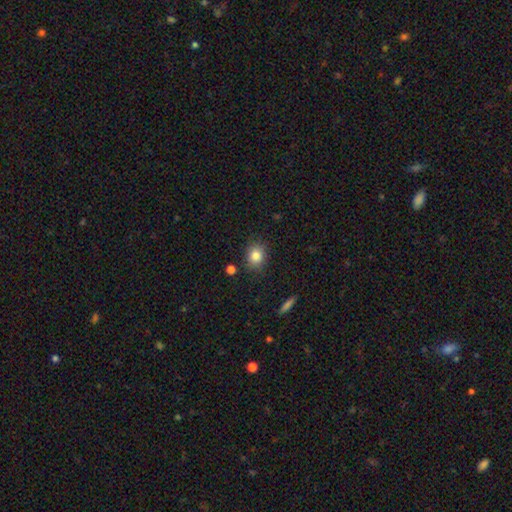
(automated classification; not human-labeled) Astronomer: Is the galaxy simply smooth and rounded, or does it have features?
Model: smooth — 83%.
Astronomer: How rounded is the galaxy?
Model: round — 63%.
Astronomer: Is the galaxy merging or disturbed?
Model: none — 85%.